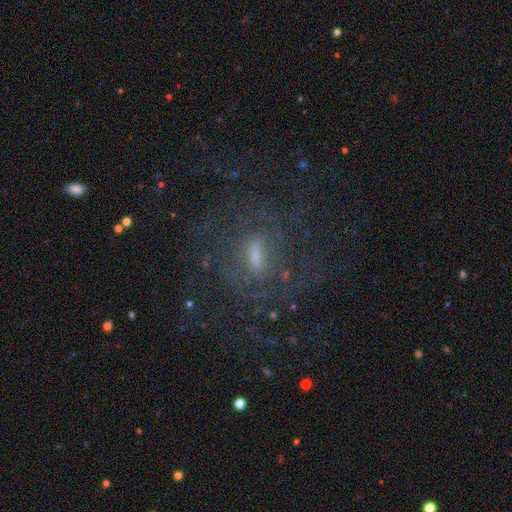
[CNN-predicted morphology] A featured or disk galaxy (60%) with a strong bar (41%), spiral arms (75%) and a small central bulge (42%). Merging: none (63%).